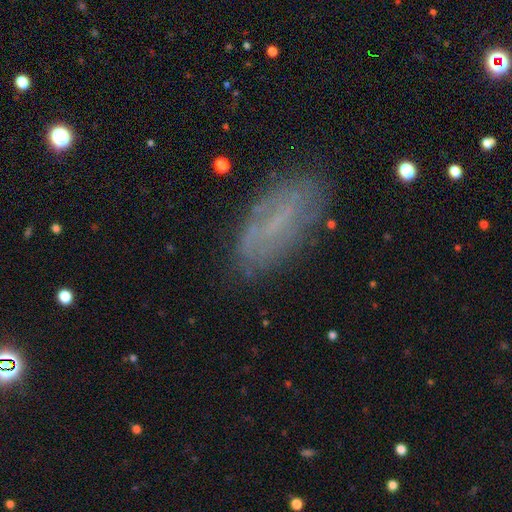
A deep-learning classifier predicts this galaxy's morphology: type=featured or disk (54%); edge-on=no (89%); merging=none (67%).